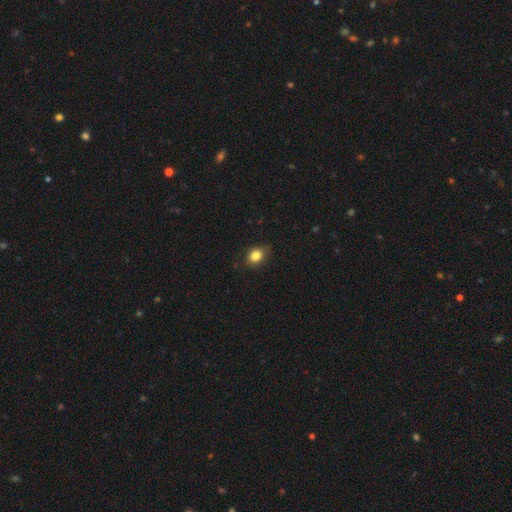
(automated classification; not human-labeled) This is clearly a smooth galaxy (83%). How rounded: possibly in between (54%). Merging: clearly none (82%).